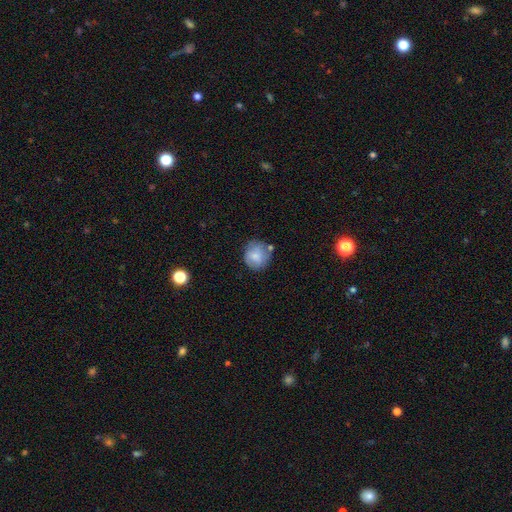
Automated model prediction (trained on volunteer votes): smooth 73%, featured or disk 19%, star or artifact 8%. Down the decision tree: how rounded — round (79%); merging — none (60%).